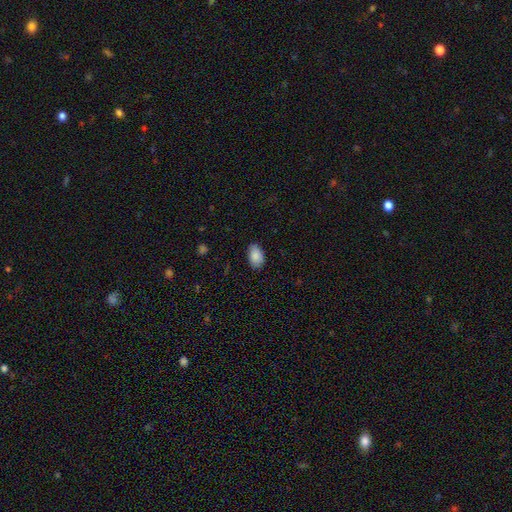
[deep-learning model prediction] Smooth or featured: smooth — 88% (star or artifact — 7%)
How rounded: in between — 92% (round — 7%)
Merging: none — 84% (minor disturbance — 13%)